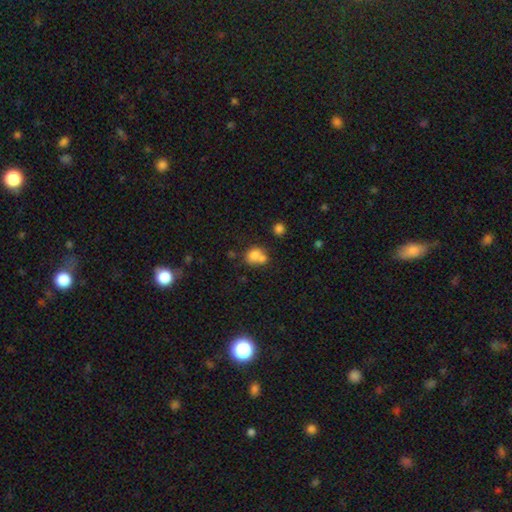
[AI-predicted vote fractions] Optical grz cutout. It shows a smooth galaxy with no disk features (76%) that is round (59%). Merging: merger (51%).